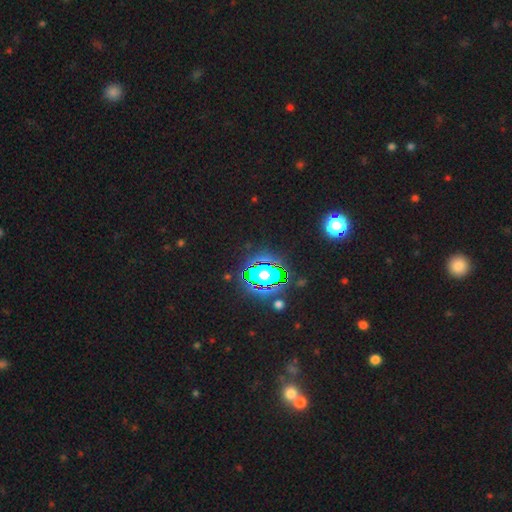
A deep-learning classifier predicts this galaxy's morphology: Q: Smooth or featured?
A: star or artifact (82%); runner-up: smooth (11%)